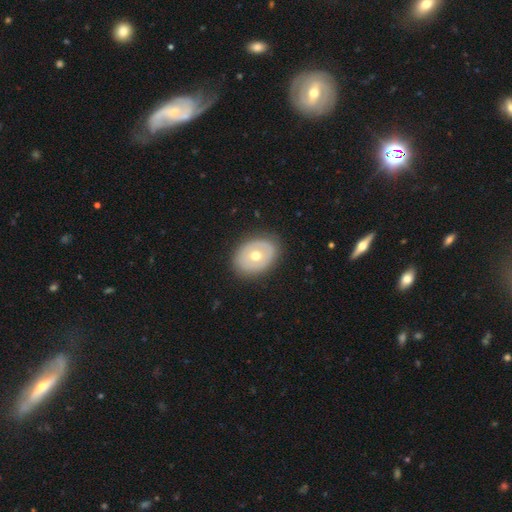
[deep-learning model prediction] Morphology: type=smooth (49%); merging=none (82%).